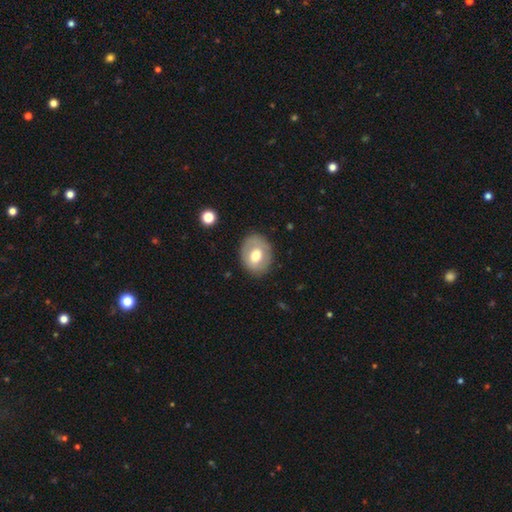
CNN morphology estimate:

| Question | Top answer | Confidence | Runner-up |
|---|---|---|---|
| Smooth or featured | smooth | 61% | featured or disk (32%) |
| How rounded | in between | 53% | round (46%) |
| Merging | none | 82% | minor disturbance (13%) |